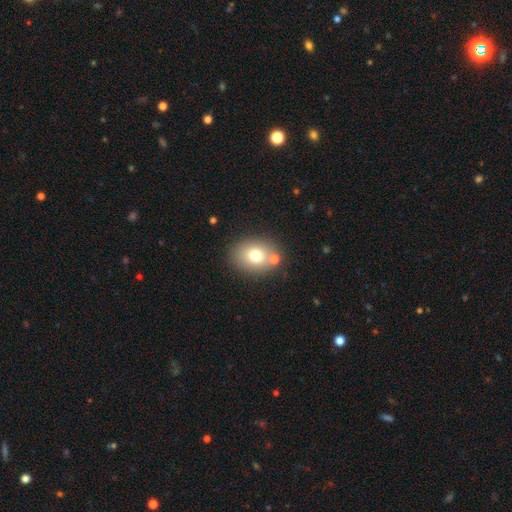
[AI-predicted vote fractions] smooth 73%, featured or disk 16%, star or artifact 11%. Down the decision tree: how rounded — in between (56%); merging — none (74%).